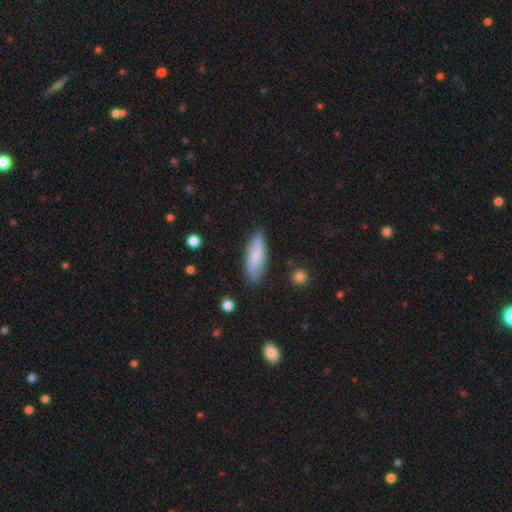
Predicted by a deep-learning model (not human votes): This is likely a smooth galaxy (77%). How rounded: possibly in between (54%). Merging: clearly none (81%).